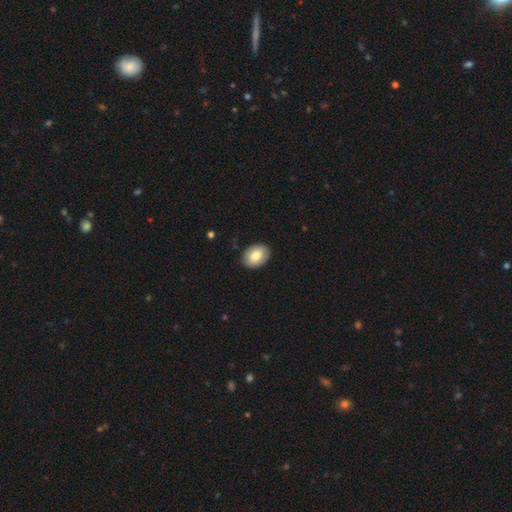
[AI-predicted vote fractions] Smooth or featured? smooth (78%)
How rounded? in between (81%)
Merging? none (88%)